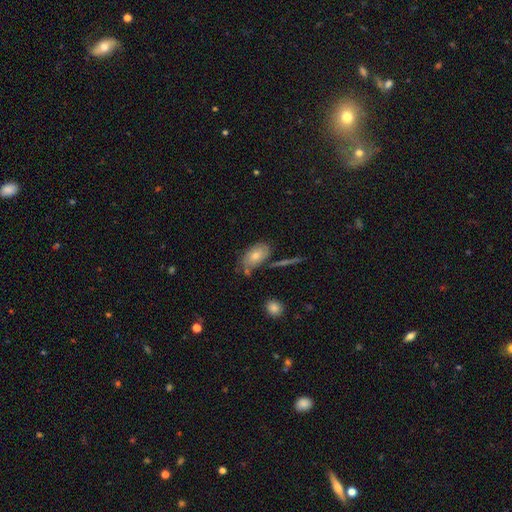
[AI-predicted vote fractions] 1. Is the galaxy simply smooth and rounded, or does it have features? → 70% smooth, 22% featured or disk, 8% star or artifact.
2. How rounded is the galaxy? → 90% in between, 7% round, 3% cigar-shaped.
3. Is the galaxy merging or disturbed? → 62% none, 21% minor disturbance, 10% merger, 6% major disturbance.